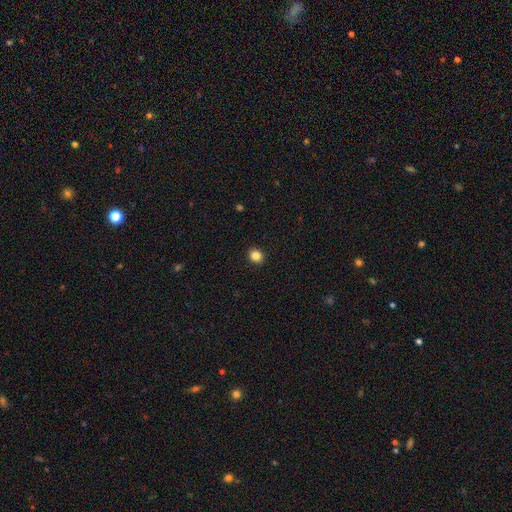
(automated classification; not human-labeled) Q: Smooth or featured?
A: smooth (84%); runner-up: star or artifact (11%)
Q: How rounded?
A: round (79%); runner-up: in between (20%)
Q: Merging?
A: none (92%); runner-up: minor disturbance (5%)